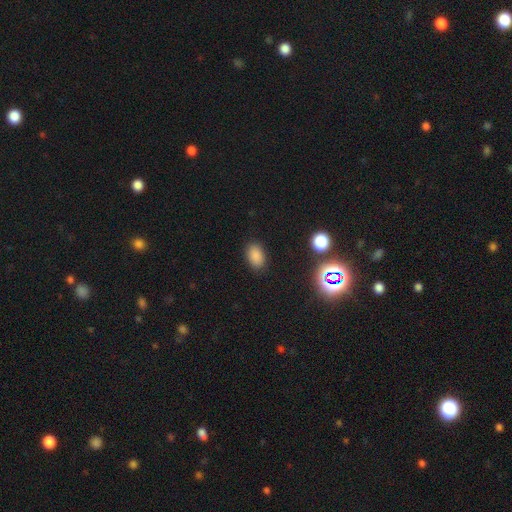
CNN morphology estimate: Smooth or featured?
  - smooth: 83% *
  - star or artifact: 13%
  - featured or disk: 4%
How rounded?
  - in between: 88% *
  - round: 11%
  - cigar-shaped: 1%
Merging?
  - none: 87% *
  - minor disturbance: 9%
  - major disturbance: 3%
  - merger: 1%